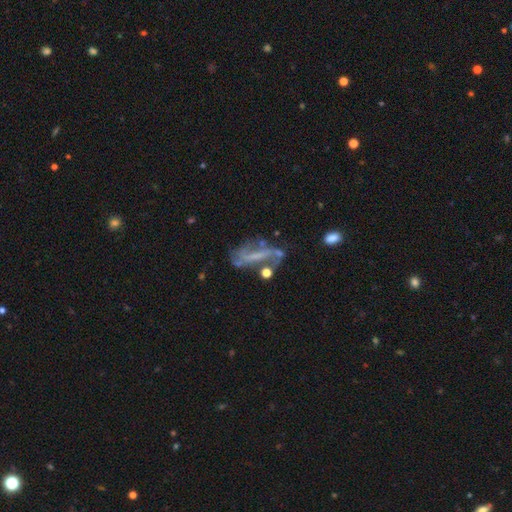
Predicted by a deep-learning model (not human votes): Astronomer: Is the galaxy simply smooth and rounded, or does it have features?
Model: featured or disk — 64%.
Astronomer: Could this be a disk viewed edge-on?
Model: no — 80%.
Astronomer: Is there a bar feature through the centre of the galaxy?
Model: strong — 39% (runner-up: no, 34%).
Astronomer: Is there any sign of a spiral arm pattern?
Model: yes — 56% (runner-up: no, 44%).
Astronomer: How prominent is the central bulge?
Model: none — 58%.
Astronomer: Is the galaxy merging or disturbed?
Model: none — 40% (runner-up: major disturbance, 26%).